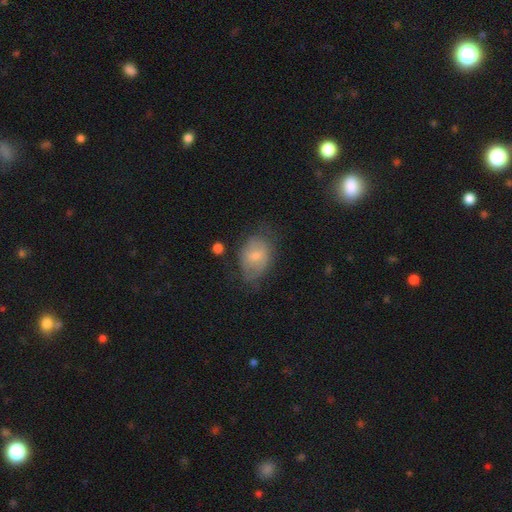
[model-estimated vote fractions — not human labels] Morphology: type=smooth (59%); roundness=in between (79%); merging=none (55%).